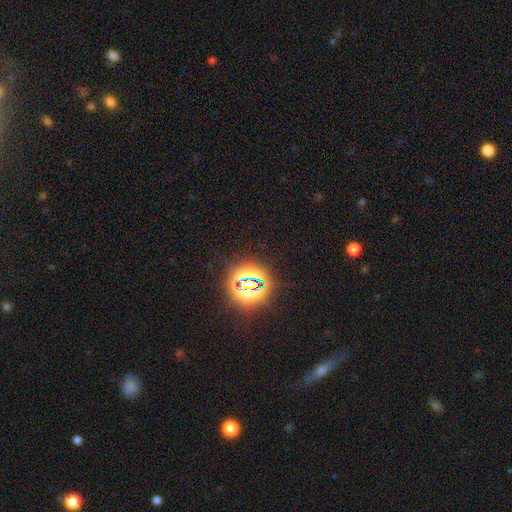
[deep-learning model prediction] This is likely a star or artifact rather than a galaxy (75%).